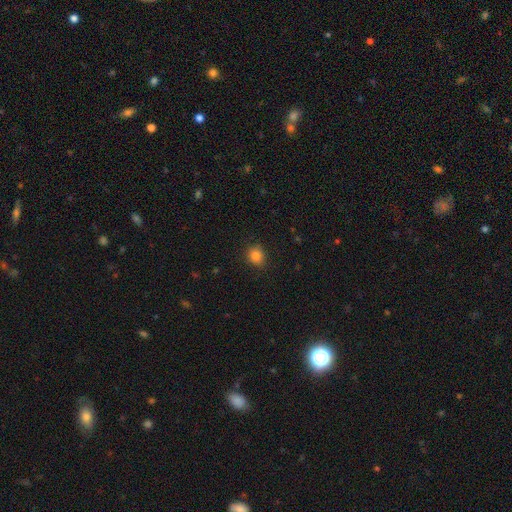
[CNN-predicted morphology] smooth_or_featured: smooth (p=0.84) [alt: star or artifact p=0.12]
how_rounded: round (p=0.75) [alt: in between p=0.24]
merging: none (p=0.88) [alt: minor disturbance p=0.09]